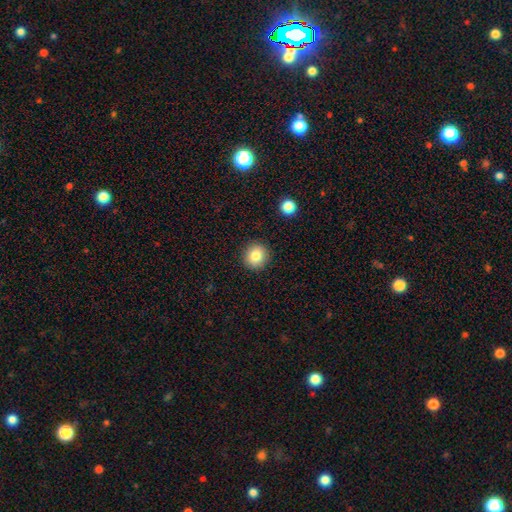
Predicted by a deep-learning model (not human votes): smooth-or-featured: smooth: 83% | star or artifact: 10% | featured or disk: 8%
  how-rounded: round: 90% | in between: 9% | cigar-shaped: 1%
  merging: none: 91% | minor disturbance: 6% | major disturbance: 2% | merger: 1%